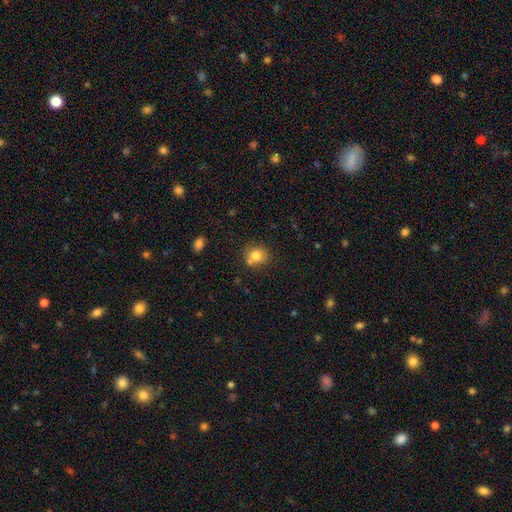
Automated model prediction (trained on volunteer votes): This appears to be a smooth galaxy with no disk features (79%) that is round (82%). Merging: none (64%).